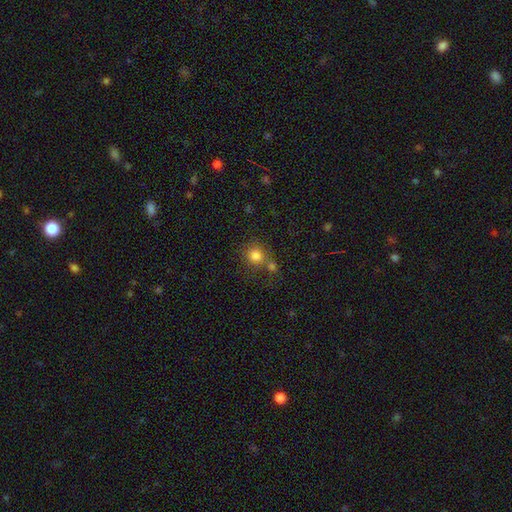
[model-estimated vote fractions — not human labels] This is clearly a smooth galaxy (81%). How rounded: clearly round (86%). Merging: possibly none (56%).